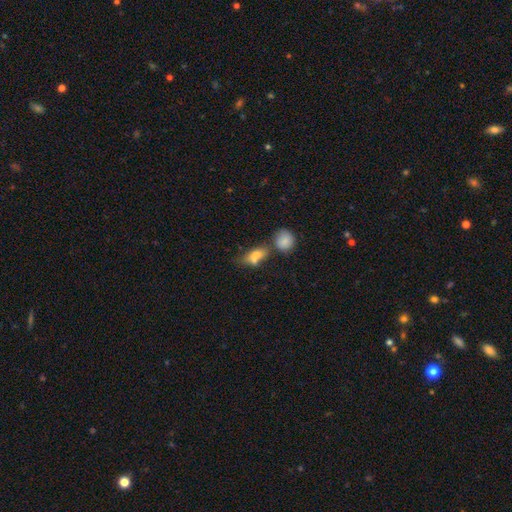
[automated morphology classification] smooth-or-featured: smooth: 73% | featured or disk: 16% | star or artifact: 10%
  how-rounded: in between: 72% | round: 14% | cigar-shaped: 14%
  merging: merger: 39% | none: 34% | minor disturbance: 16% | major disturbance: 10%